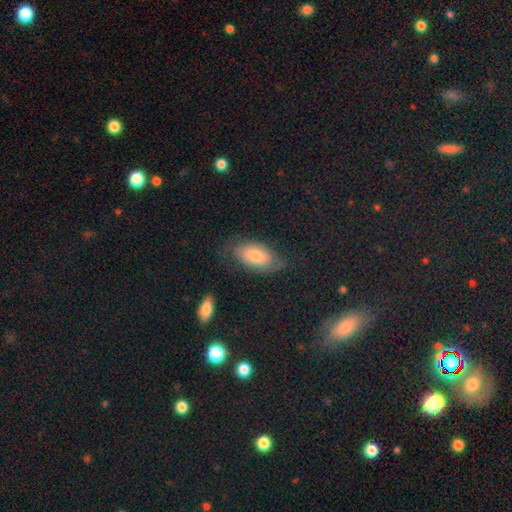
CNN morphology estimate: Smooth or featured? Predicted: smooth (p=0.61). How rounded? Predicted: in between (p=0.92). Merging? Predicted: none (p=0.66).